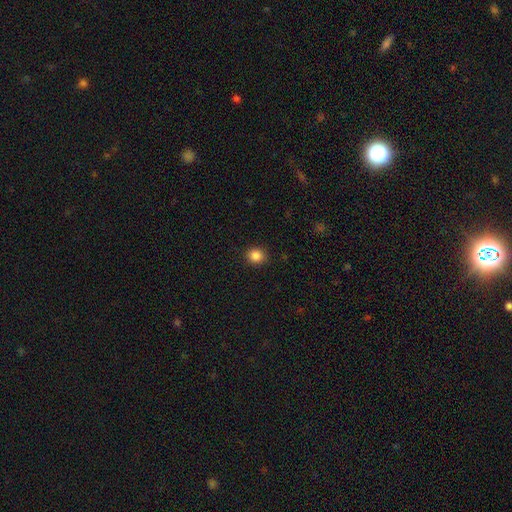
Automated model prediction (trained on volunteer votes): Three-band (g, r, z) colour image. It shows a smooth galaxy with no disk features (86%) that is round (84%). Merging: none (91%).